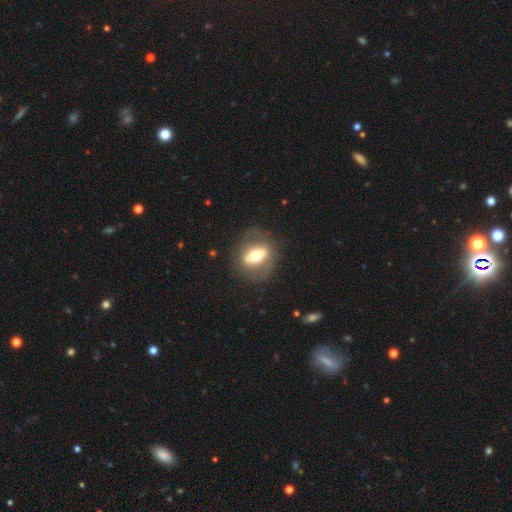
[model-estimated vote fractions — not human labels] Morphology: type=featured or disk (52%); edge-on=no (79%); merging=none (75%).